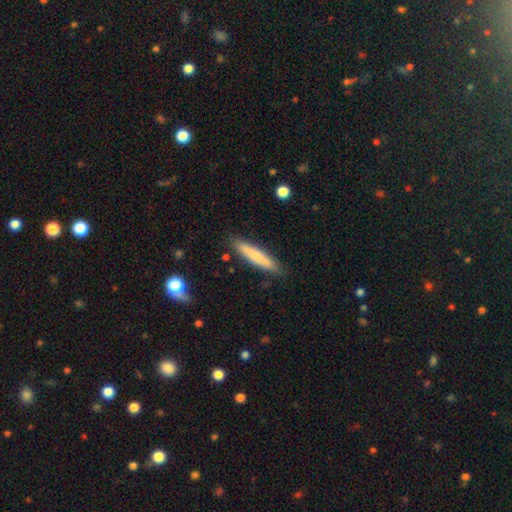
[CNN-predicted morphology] Smooth or featured: smooth — 72% (featured or disk — 23%)
How rounded: cigar-shaped — 92% (in between — 7%)
Merging: none — 89% (minor disturbance — 8%)